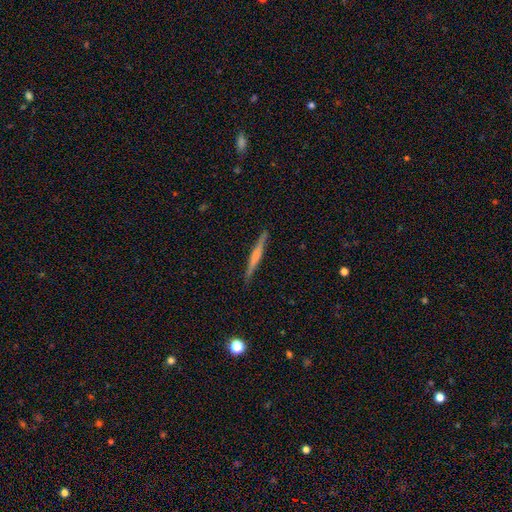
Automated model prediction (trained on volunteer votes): smooth_or_featured: featured or disk (p=0.54) [alt: smooth p=0.40]
disk_edge_on: yes (p=0.98) [alt: no p=0.02]
edge_on_bulge: none (p=0.47) [alt: rounded p=0.34]
merging: none (p=0.90) [alt: minor disturbance p=0.07]